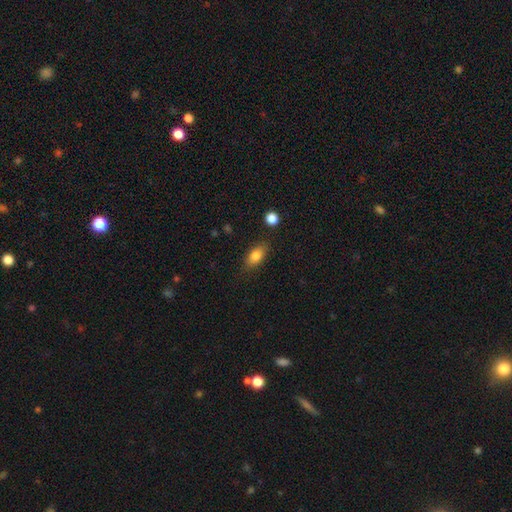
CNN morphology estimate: A smooth galaxy with no disk features (81%) that is in between round and cigar-shaped (84%). Merging: none (82%).